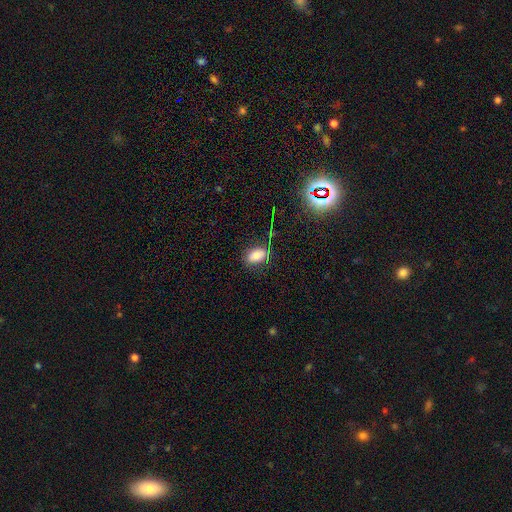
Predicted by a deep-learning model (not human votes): Q: Smooth or featured?
A: smooth (71%); runner-up: star or artifact (15%)
Q: How rounded?
A: in between (88%); runner-up: round (10%)
Q: Merging?
A: none (74%); runner-up: minor disturbance (18%)